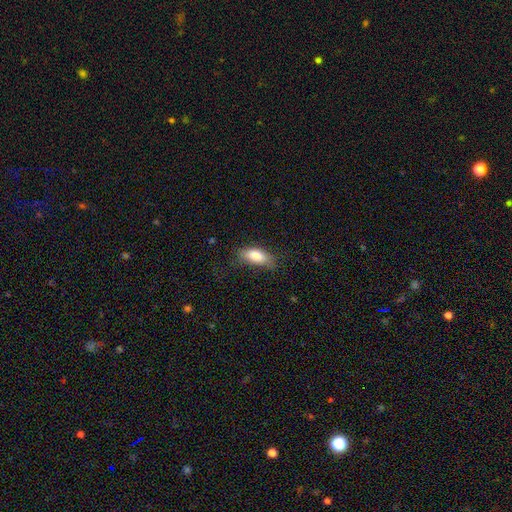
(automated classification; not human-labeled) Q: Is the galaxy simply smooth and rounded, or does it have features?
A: smooth — 83%.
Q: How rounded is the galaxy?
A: in between — 84%.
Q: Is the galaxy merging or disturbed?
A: none — 66%.